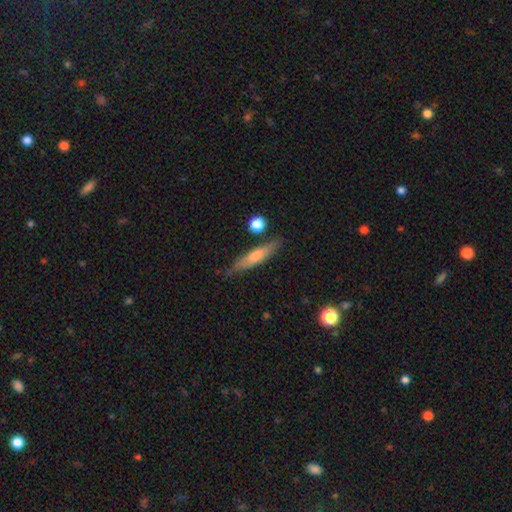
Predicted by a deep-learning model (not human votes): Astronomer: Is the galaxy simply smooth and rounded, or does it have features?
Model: smooth — 57% (runner-up: featured or disk, 36%).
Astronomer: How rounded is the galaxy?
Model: cigar-shaped — 86%.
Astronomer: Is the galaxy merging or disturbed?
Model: none — 78%.